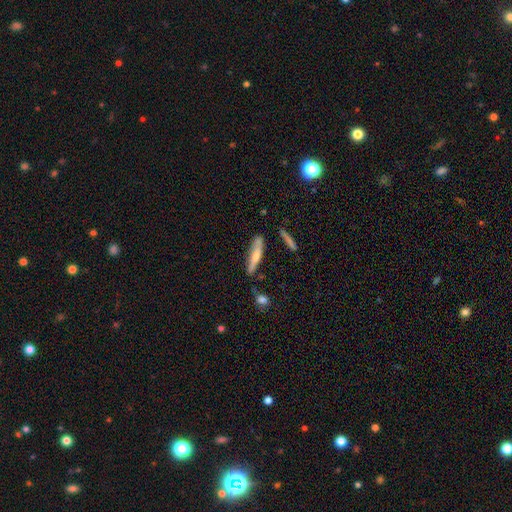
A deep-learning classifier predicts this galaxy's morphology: Smooth or featured: smooth — 58% (featured or disk — 35%)
How rounded: cigar-shaped — 83% (in between — 16%)
Merging: none — 66% (minor disturbance — 22%)